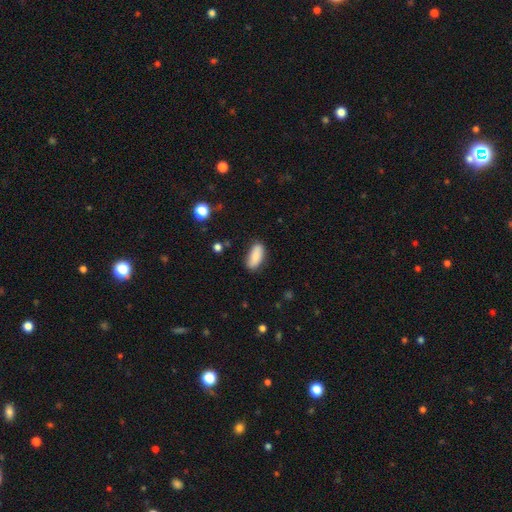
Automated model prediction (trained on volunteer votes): Morphology: type=smooth (87%); roundness=in between (84%); merging=none (81%).